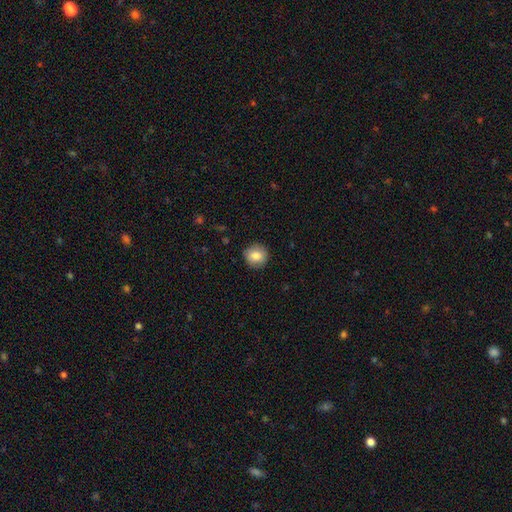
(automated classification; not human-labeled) A smooth galaxy with no disk features (83%) that is round (93%).

Vote fractions:
- Smooth or featured? smooth: 83% / featured or disk: 9% / star or artifact: 8%
- How rounded? round: 93% / in between: 6% / cigar-shaped: 1%
- Merging? none: 89% / minor disturbance: 8% / major disturbance: 2% / merger: 1%